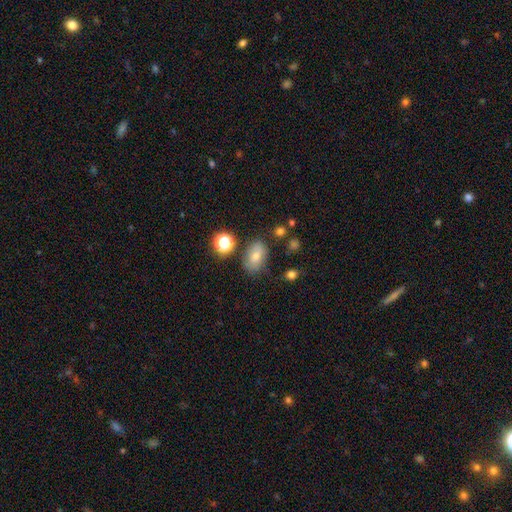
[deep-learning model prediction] Smooth or featured? Predicted: smooth (p=0.60). How rounded? Predicted: in between (p=0.79). Merging? Predicted: none (p=0.77).